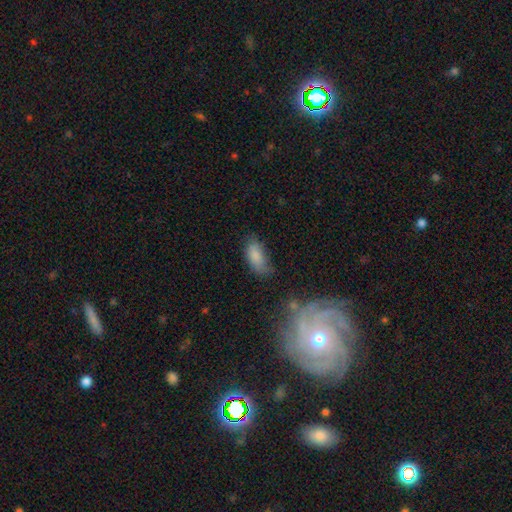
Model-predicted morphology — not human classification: Smooth or featured? Predicted: smooth (p=0.80). How rounded? Predicted: in between (p=0.87). Merging? Predicted: none (p=0.53).